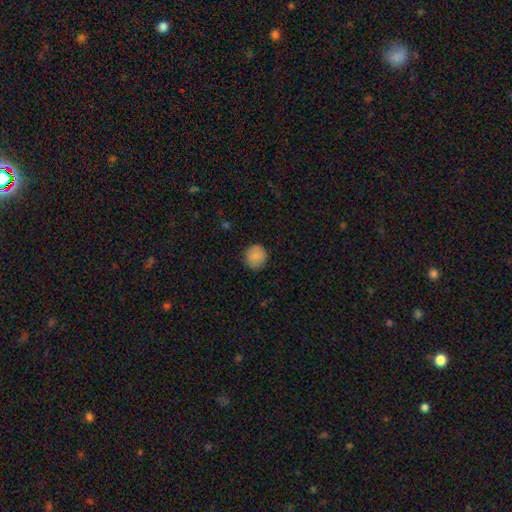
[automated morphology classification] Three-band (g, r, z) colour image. It shows a smooth galaxy with no disk features (87%) that is round (92%). Merging: none (88%).